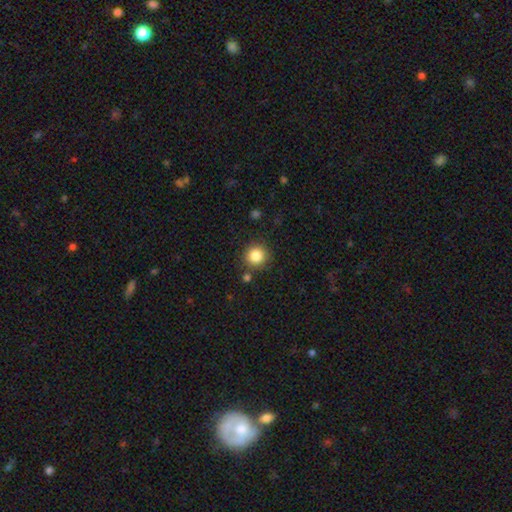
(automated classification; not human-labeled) A smooth galaxy with no disk features (85%) that is round (93%). Merging: none (85%).